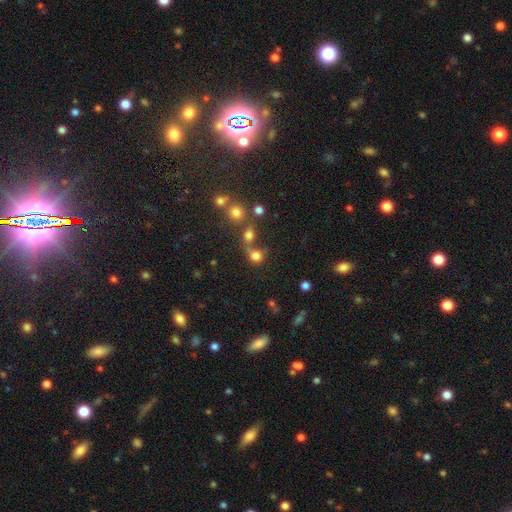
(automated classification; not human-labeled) smooth 76%, star or artifact 16%, featured or disk 8%. Down the decision tree: how rounded — round (77%); merging — none (46%).